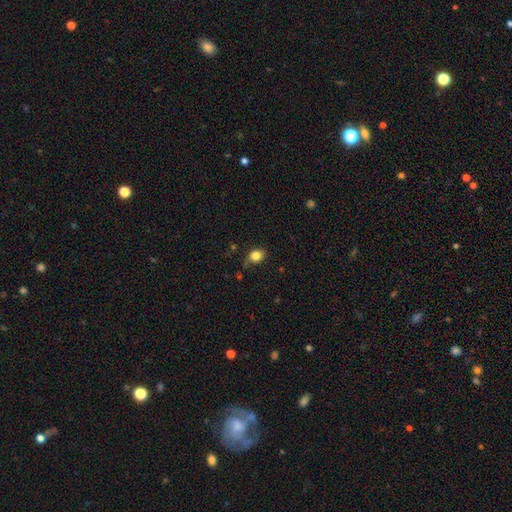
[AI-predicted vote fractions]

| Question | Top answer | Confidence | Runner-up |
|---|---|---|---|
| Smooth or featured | smooth | 83% | star or artifact (10%) |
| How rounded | round | 50% | in between (48%) |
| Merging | none | 69% | minor disturbance (23%) |